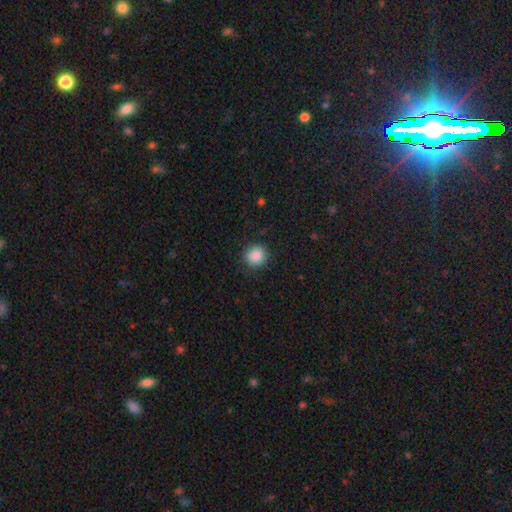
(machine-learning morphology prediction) This is clearly a smooth galaxy (88%). How rounded: clearly round (91%). Merging: clearly none (89%).